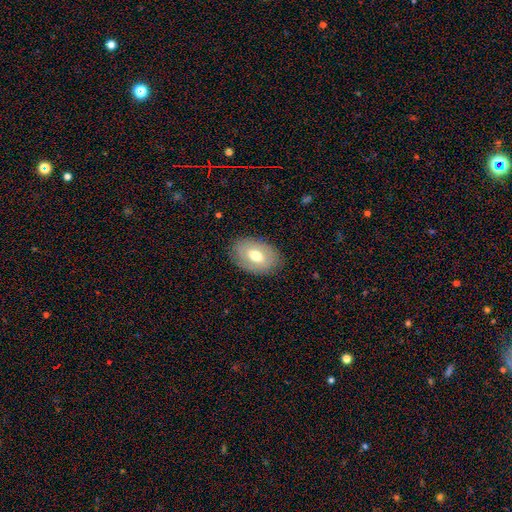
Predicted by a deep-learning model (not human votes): A smooth galaxy with no disk features (61%) that is in between round and cigar-shaped (84%). Merging: none (83%).